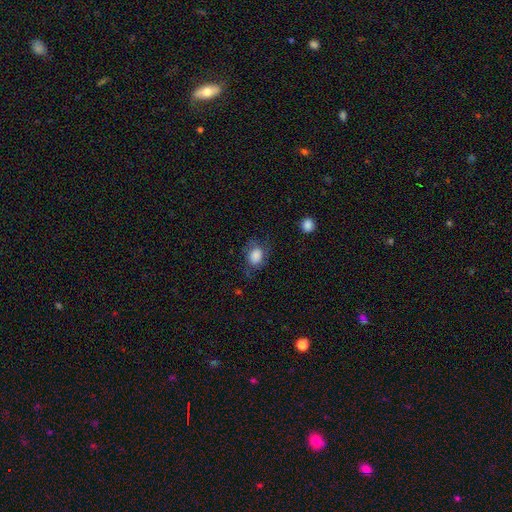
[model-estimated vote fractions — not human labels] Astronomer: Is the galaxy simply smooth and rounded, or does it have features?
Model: smooth — 75%.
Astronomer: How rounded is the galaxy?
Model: in between — 51% (runner-up: round, 48%).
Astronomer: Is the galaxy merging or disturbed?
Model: none — 59%.